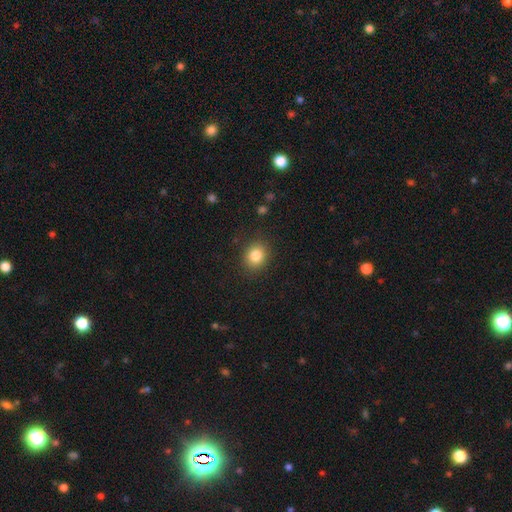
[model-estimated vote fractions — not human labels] The model was most divided on "how rounded": round: 68%, in between: 31%, cigar-shaped: 1%. More confident: merging — none (88%); smooth or featured — smooth (84%).